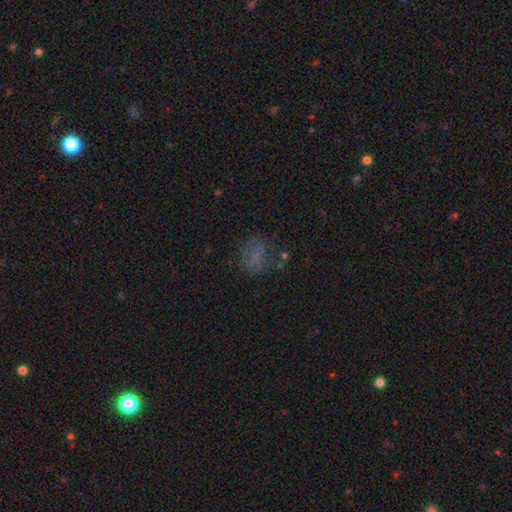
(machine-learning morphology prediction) Smooth or featured: smooth — 55% (star or artifact — 24%)
How rounded: in between — 52% (round — 46%)
Merging: none — 59% (minor disturbance — 20%)